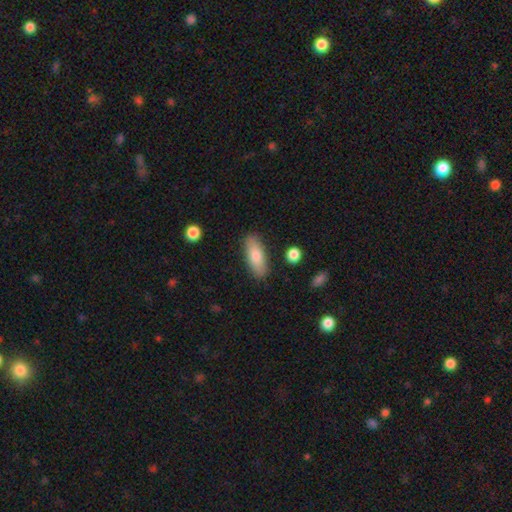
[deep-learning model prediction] Smooth or featured? Predicted: smooth (p=0.79). How rounded? Predicted: in between (p=0.68). Merging? Predicted: none (p=0.86).